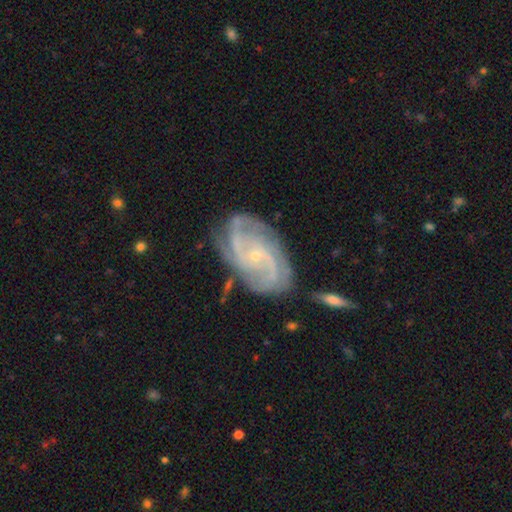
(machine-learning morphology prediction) Smooth or featured: featured or disk — 88% (star or artifact — 6%)
Edge-on disk: no — 97% (yes — 3%)
Bar: no — 65% (weak — 28%)
Spiral arms: yes — 97% (no — 3%)
Spiral winding: medium — 44% (tight — 43%)
Spiral arm count: 2 — 36% (3 — 24%)
Bulge size: small — 83% (moderate — 13%)
Merging: none — 70% (minor disturbance — 20%)